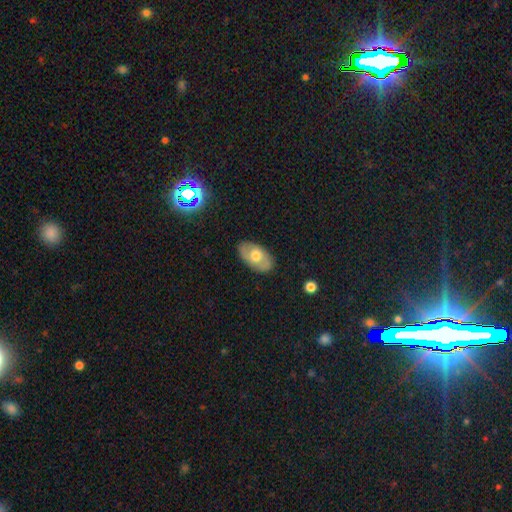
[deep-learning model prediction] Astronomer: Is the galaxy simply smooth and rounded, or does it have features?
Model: smooth — 52% (runner-up: featured or disk, 41%).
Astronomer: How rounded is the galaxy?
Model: in between — 92%.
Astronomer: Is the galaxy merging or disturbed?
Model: none — 84%.